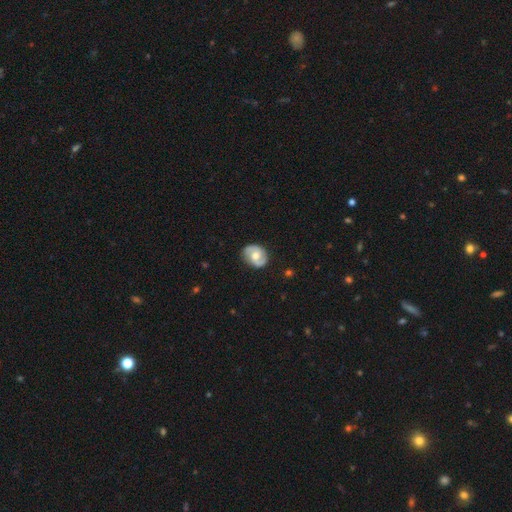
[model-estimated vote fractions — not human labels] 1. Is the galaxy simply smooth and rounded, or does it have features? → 77% featured or disk, 18% smooth, 5% star or artifact.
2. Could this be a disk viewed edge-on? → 98% no, 2% yes.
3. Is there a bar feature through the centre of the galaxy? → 52% no, 38% weak, 9% strong.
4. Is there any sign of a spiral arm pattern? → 92% yes, 8% no.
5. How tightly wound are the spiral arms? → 49% medium, 30% tight, 21% loose.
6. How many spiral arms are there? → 91% 2, 4% can't tell, 2% 1, 1% 3, 1% 4, 1% more than 4.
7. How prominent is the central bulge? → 71% moderate, 16% small, 10% large, 2% none, 1% dominant.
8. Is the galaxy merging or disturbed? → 84% none, 12% minor disturbance, 3% major disturbance, 1% merger.